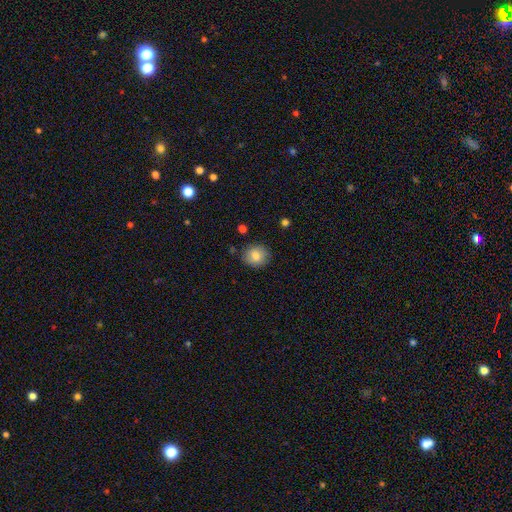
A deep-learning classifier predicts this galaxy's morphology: The model was most divided on "how rounded": round: 77%, in between: 22%, cigar-shaped: 1%. More confident: merging — none (84%); smooth or featured — smooth (81%).